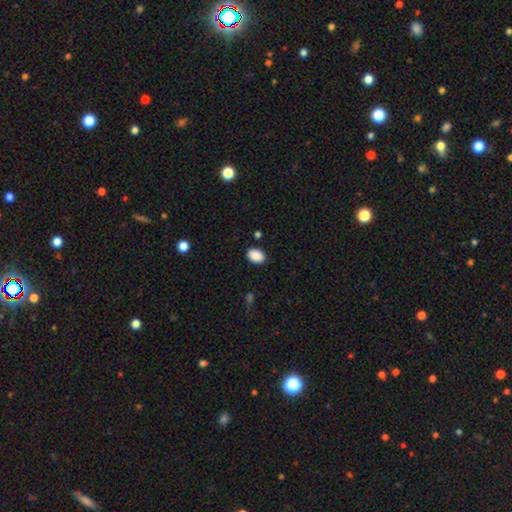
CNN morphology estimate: type=smooth (89%); roundness=in between (81%); merging=none (87%).